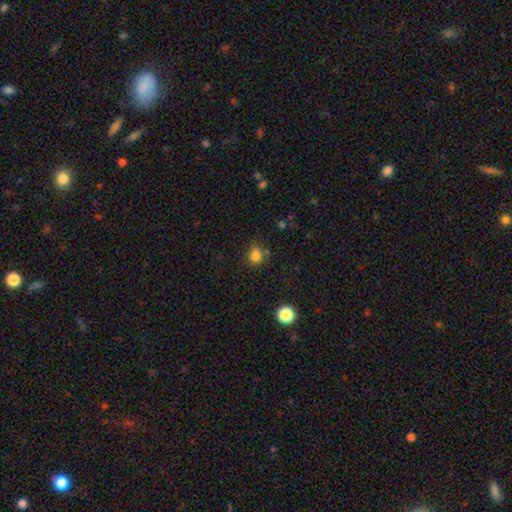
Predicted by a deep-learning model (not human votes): Smooth or featured: smooth — 81% (star or artifact — 13%)
How rounded: round — 76% (in between — 23%)
Merging: none — 68% (minor disturbance — 19%)